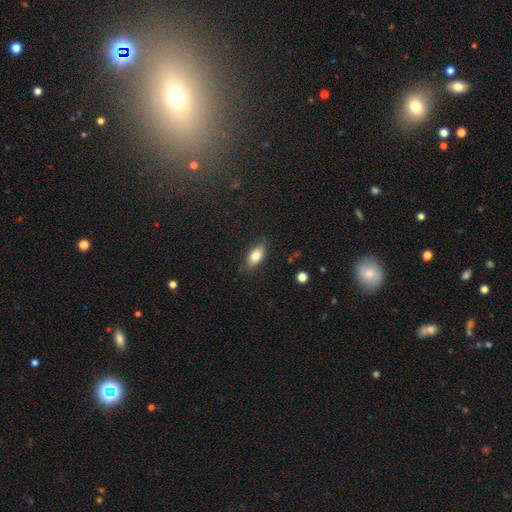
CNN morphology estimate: Smooth or featured: smooth — 76% (featured or disk — 16%)
How rounded: in between — 83% (cigar-shaped — 12%)
Merging: none — 82% (minor disturbance — 14%)